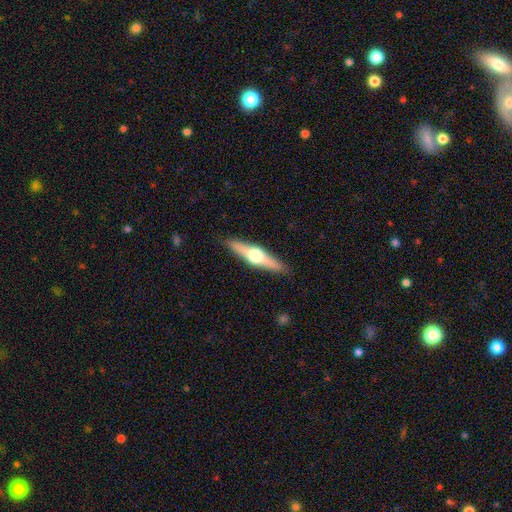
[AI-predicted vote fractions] Smooth or featured?
  - featured or disk: 69% *
  - smooth: 26%
  - star or artifact: 5%
Edge-on disk?
  - yes: 97% *
  - no: 3%
Edge-on bulge?
  - rounded: 95% *
  - boxy: 3%
  - none: 2%
Merging?
  - none: 90% *
  - minor disturbance: 7%
  - major disturbance: 2%
  - merger: 1%